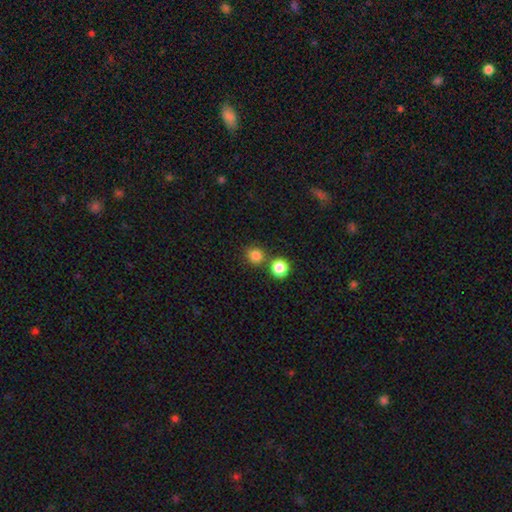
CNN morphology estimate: A smooth galaxy with no disk features (83%) that is round (89%).

Vote fractions:
- Smooth or featured? smooth: 83% / star or artifact: 12% / featured or disk: 5%
- How rounded? round: 89% / in between: 10% / cigar-shaped: 1%
- Merging? none: 68% / merger: 22% / minor disturbance: 7% / major disturbance: 3%